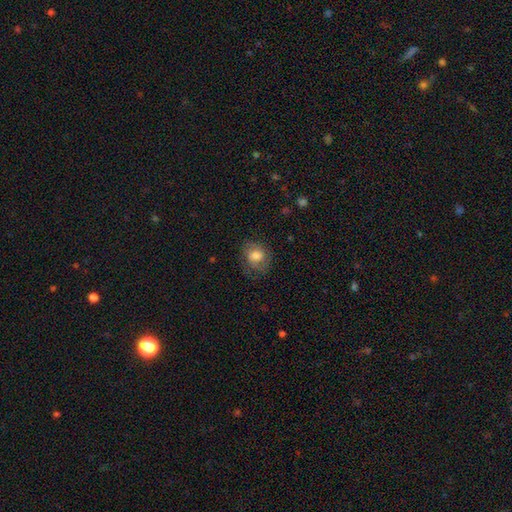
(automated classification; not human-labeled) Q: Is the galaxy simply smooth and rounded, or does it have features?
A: smooth — 60%.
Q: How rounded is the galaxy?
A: round — 66%.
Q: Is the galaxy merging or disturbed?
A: none — 67%.